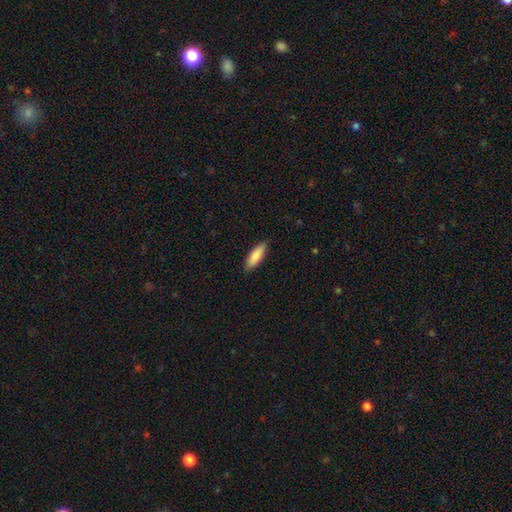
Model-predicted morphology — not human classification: This is clearly a smooth galaxy (85%). How rounded: possibly in between (50%). Merging: clearly none (87%).